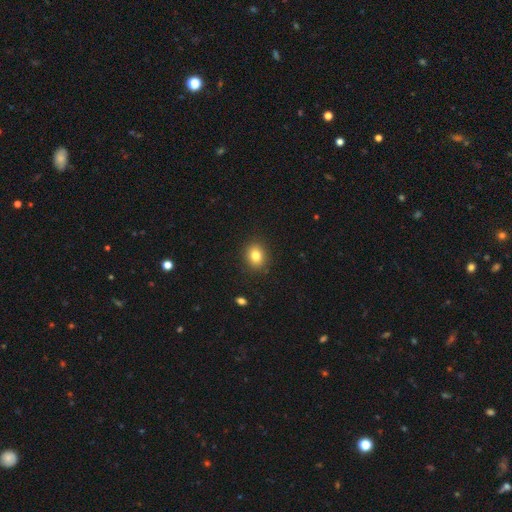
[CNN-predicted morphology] This is clearly a smooth galaxy (82%). How rounded: possibly round (60%). Merging: clearly none (89%).